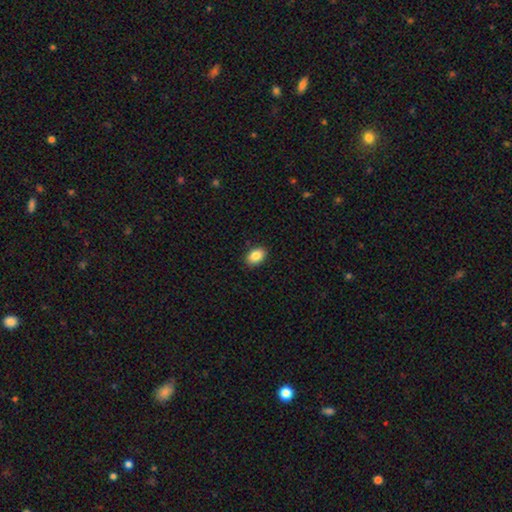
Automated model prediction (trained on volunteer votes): smooth-or-featured: smooth: 87% | star or artifact: 8% | featured or disk: 5%
  how-rounded: in between: 84% | round: 15% | cigar-shaped: 1%
  merging: none: 90% | minor disturbance: 8% | major disturbance: 2% | merger: 1%